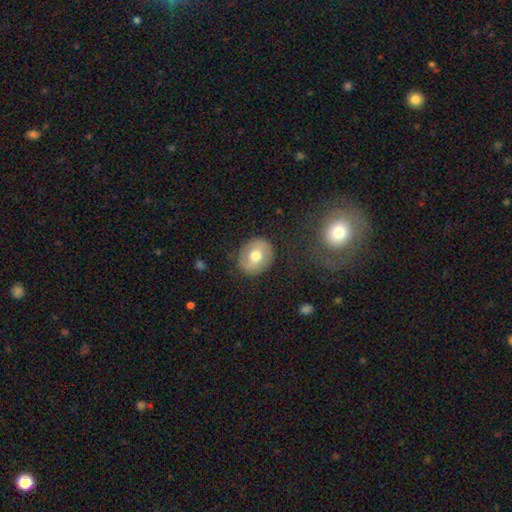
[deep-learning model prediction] Q: Smooth or featured?
A: smooth (59%); runner-up: featured or disk (34%)
Q: How rounded?
A: round (69%); runner-up: in between (30%)
Q: Merging?
A: none (86%); runner-up: minor disturbance (10%)